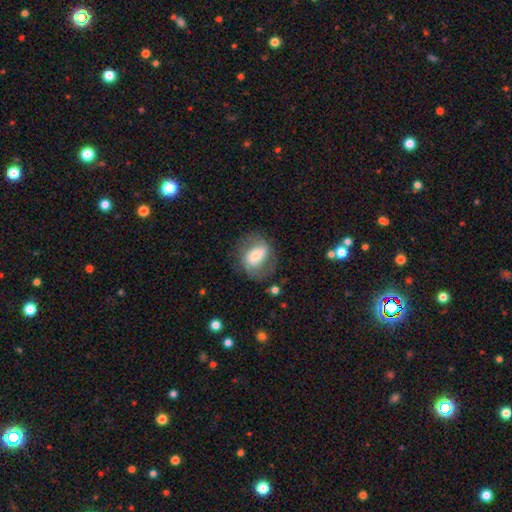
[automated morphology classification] A smooth galaxy with no disk features (47%). Merging: none (65%).